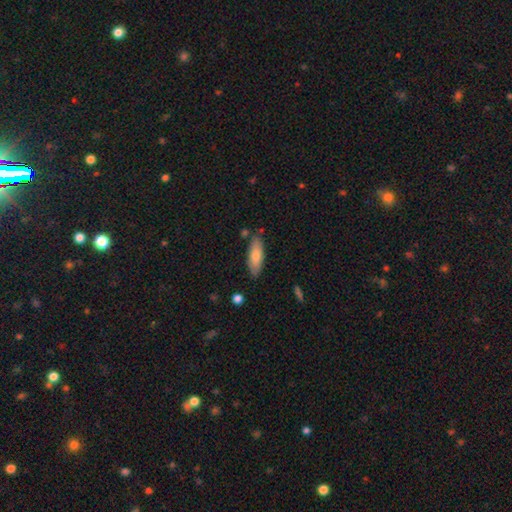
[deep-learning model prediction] The model was most divided on "how rounded": in between: 58%, cigar-shaped: 40%, round: 2%. More confident: merging — none (83%); smooth or featured — smooth (72%).